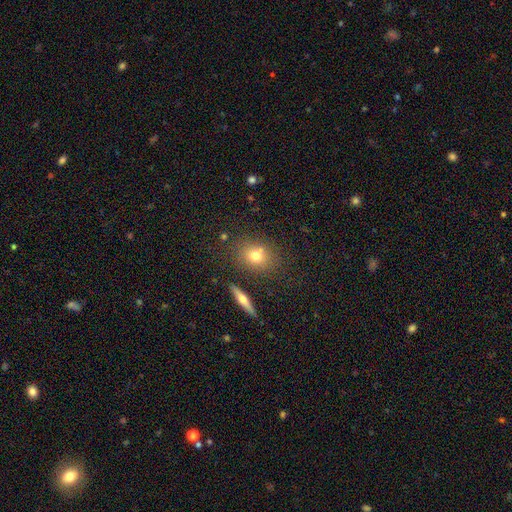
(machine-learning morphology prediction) type=smooth (70%); roundness=round (51%); merging=none (75%).